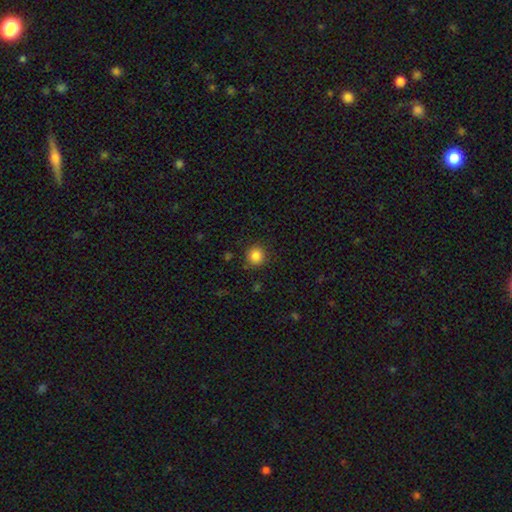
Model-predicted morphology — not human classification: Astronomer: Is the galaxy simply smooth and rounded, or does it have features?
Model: smooth — 85%.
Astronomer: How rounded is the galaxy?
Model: round — 90%.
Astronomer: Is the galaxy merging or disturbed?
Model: none — 87%.